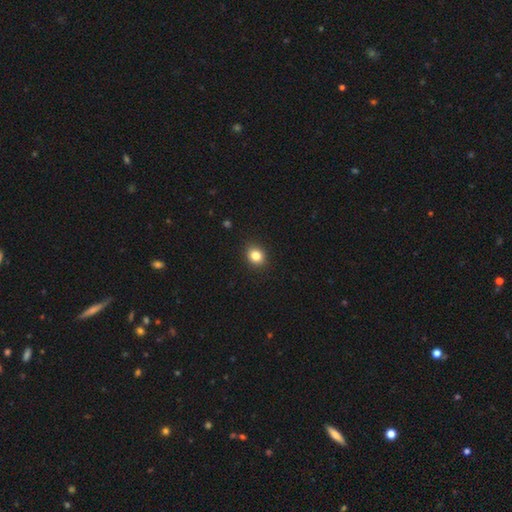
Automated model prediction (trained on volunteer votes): smooth_or_featured: smooth (p=0.83) [alt: star or artifact p=0.11]
how_rounded: round (p=0.60) [alt: in between p=0.39]
merging: none (p=0.90) [alt: minor disturbance p=0.07]